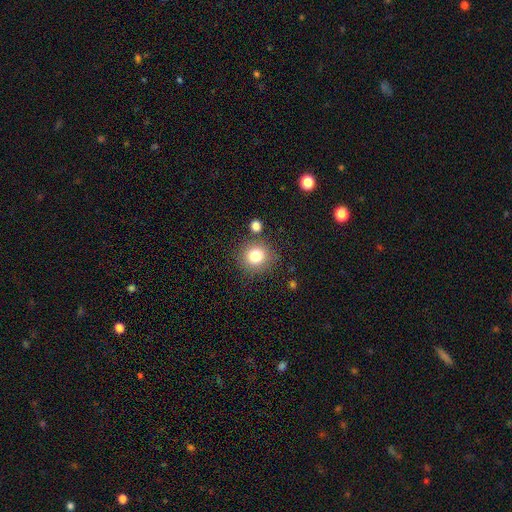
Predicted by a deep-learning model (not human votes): Q: Smooth or featured?
A: smooth (79%); runner-up: star or artifact (12%)
Q: How rounded?
A: round (89%); runner-up: in between (10%)
Q: Merging?
A: none (80%); runner-up: minor disturbance (10%)